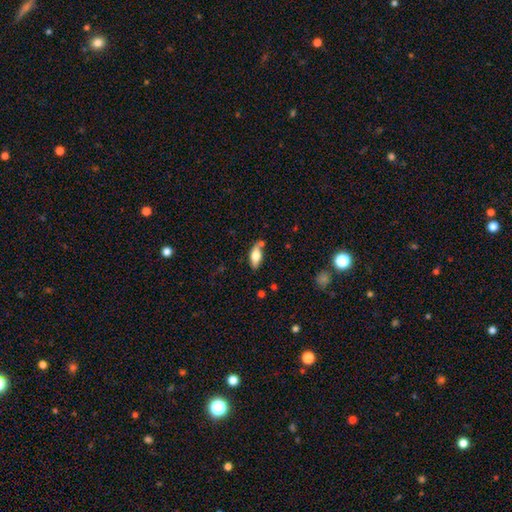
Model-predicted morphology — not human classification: A smooth galaxy with no disk features (68%) that is in between round and cigar-shaped (82%).

Vote fractions:
- Smooth or featured? smooth: 68% / featured or disk: 25% / star or artifact: 7%
- How rounded? in between: 82% / cigar-shaped: 15% / round: 3%
- Merging? none: 69% / minor disturbance: 18% / merger: 9% / major disturbance: 4%